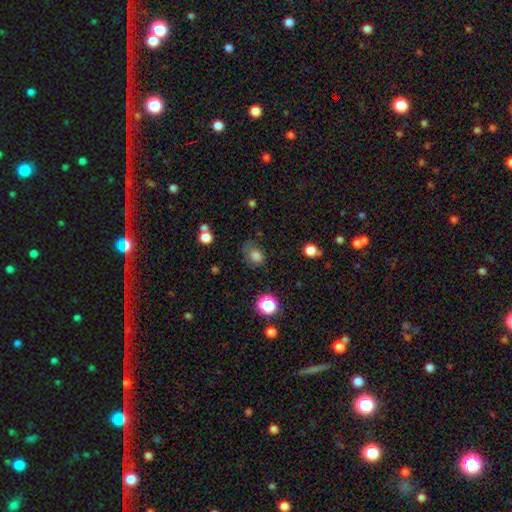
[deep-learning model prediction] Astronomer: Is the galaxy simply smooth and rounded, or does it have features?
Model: smooth — 77%.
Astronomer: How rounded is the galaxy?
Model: in between — 50% (runner-up: round, 49%).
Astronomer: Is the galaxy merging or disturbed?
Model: none — 55%.